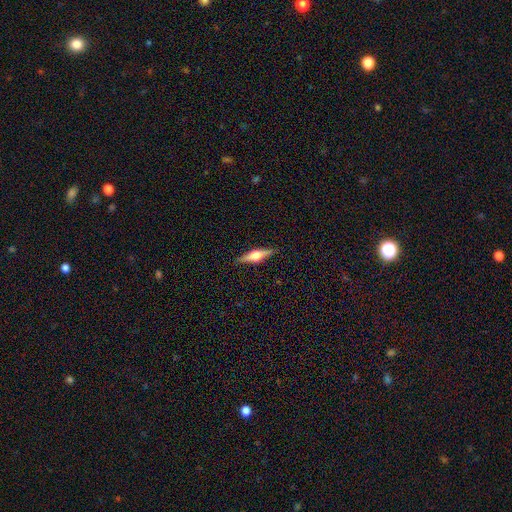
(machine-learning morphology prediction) A featured or disk galaxy (69%) viewed edge-on (97%) with a rounded central bulge (94%). Merging: none (90%).